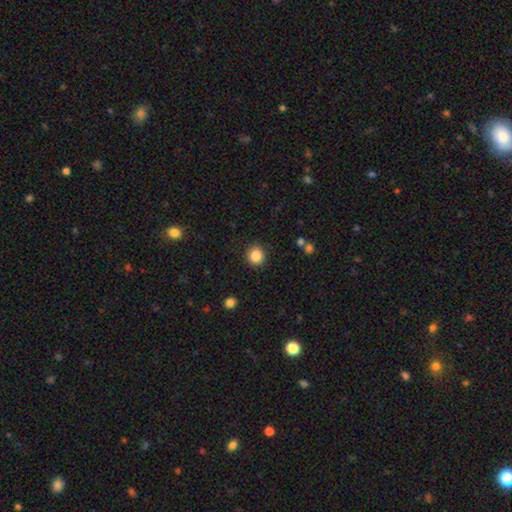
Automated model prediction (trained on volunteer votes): A smooth galaxy with no disk features (86%) that is round (88%).

Vote fractions:
- Smooth or featured? smooth: 86% / star or artifact: 10% / featured or disk: 4%
- How rounded? round: 88% / in between: 11% / cigar-shaped: 1%
- Merging? none: 89% / minor disturbance: 7% / major disturbance: 2% / merger: 1%